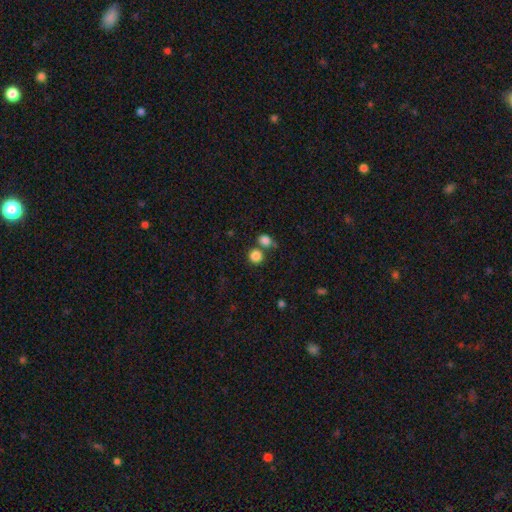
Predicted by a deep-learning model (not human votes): Smooth or featured: smooth — 84% (star or artifact — 11%)
How rounded: round — 85% (in between — 14%)
Merging: none — 58% (merger — 30%)